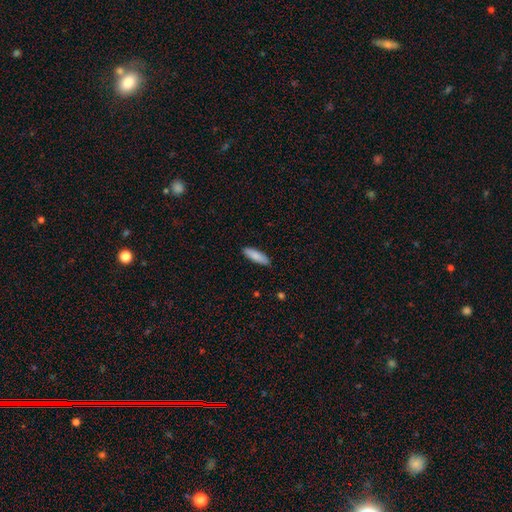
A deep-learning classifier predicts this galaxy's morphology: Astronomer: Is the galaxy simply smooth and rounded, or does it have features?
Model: smooth — 86%.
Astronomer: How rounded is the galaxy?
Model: cigar-shaped — 55% (runner-up: in between, 44%).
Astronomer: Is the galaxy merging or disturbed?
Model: none — 89%.